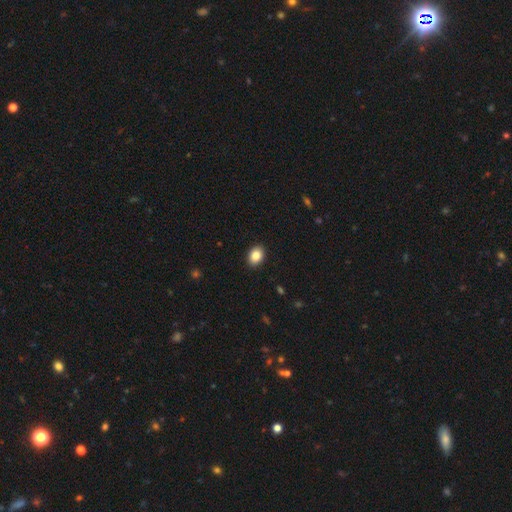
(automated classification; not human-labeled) smooth_or_featured: smooth (p=0.86) [alt: star or artifact p=0.08]
how_rounded: in between (p=0.73) [alt: round p=0.26]
merging: none (p=0.91) [alt: minor disturbance p=0.06]